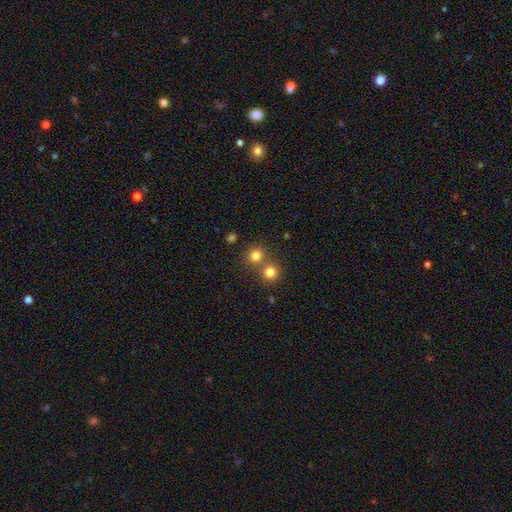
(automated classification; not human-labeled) Smooth or featured: smooth — 79% (star or artifact — 15%)
How rounded: round — 90% (in between — 9%)
Merging: none — 62% (merger — 30%)